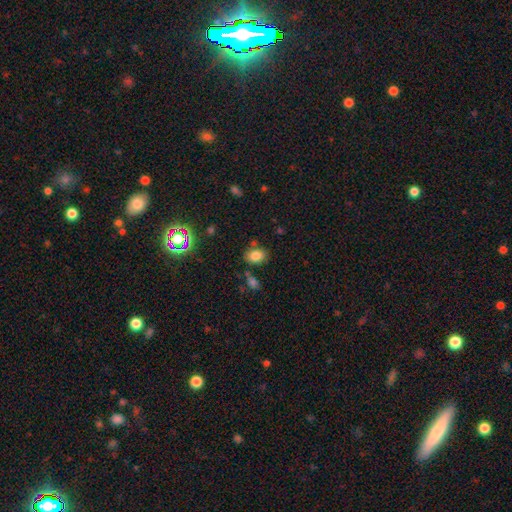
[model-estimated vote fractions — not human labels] A smooth galaxy with no disk features (80%) that is in between round and cigar-shaped (74%). Merging: none (73%).